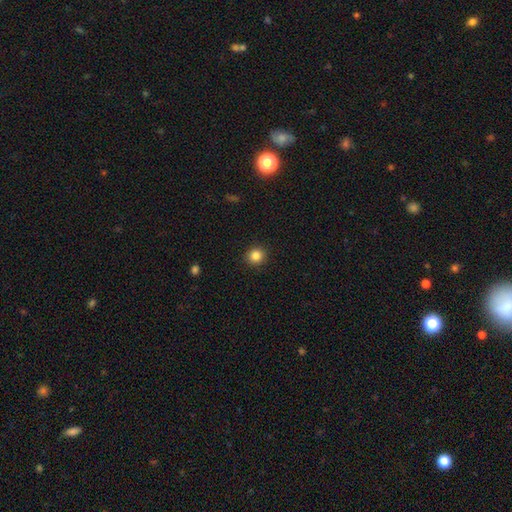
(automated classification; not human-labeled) Smooth or featured: smooth — 85% (star or artifact — 11%)
How rounded: round — 89% (in between — 10%)
Merging: none — 92% (minor disturbance — 5%)